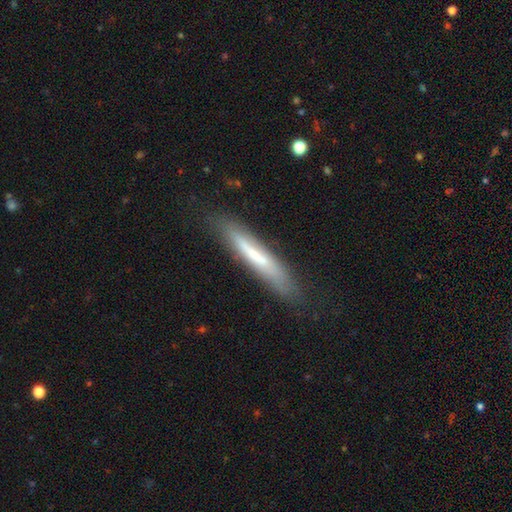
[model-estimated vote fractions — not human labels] A smooth galaxy with no disk features (50%).

Vote fractions:
- Smooth or featured? smooth: 50% / featured or disk: 43% / star or artifact: 7%
- Merging? none: 76% / minor disturbance: 17% / major disturbance: 5% / merger: 2%